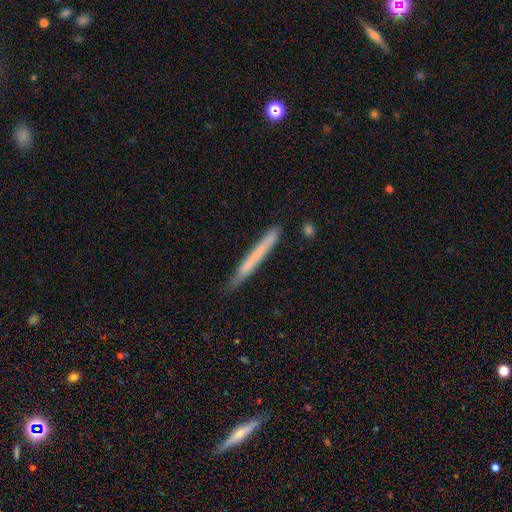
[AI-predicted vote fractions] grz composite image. It shows a smooth galaxy with no disk features (61%) that is cigar-shaped (97%). Merging: none (80%).